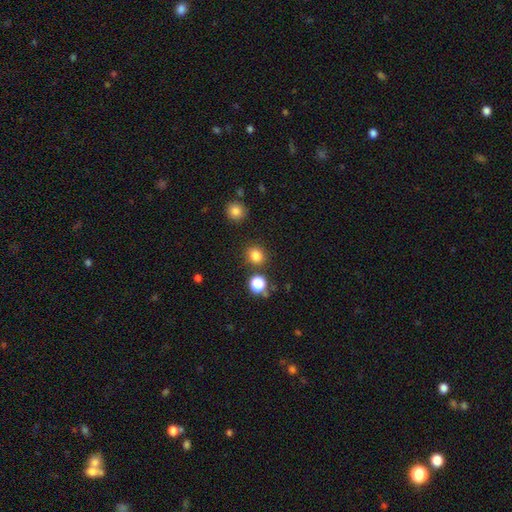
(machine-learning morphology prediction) This is clearly a smooth galaxy (81%). How rounded: likely round (80%). Merging: clearly none (84%).